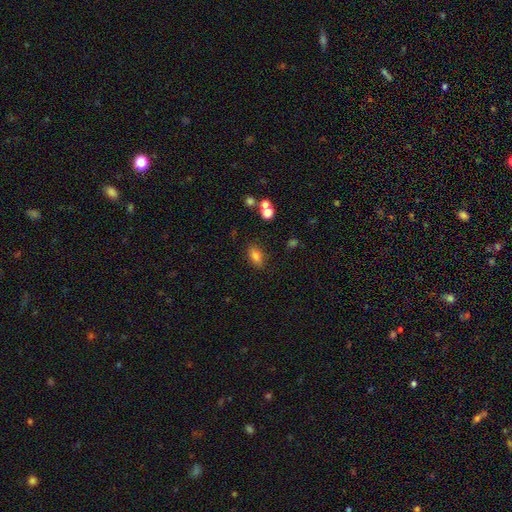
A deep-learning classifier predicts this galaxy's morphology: A smooth galaxy with no disk features (79%) that is in between round and cigar-shaped (82%).

Vote fractions:
- Smooth or featured? smooth: 79% / star or artifact: 11% / featured or disk: 9%
- How rounded? in between: 82% / round: 9% / cigar-shaped: 9%
- Merging? none: 81% / minor disturbance: 11% / merger: 4% / major disturbance: 4%